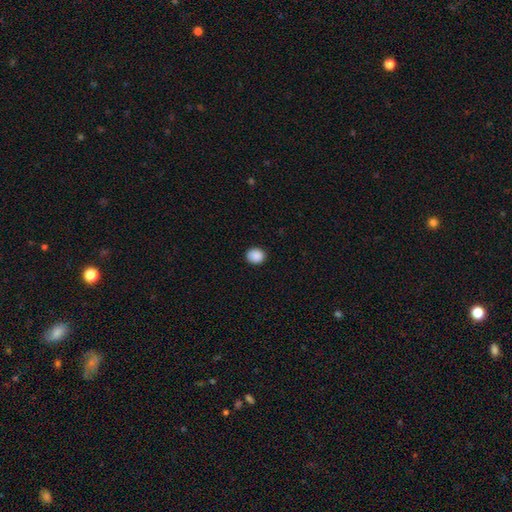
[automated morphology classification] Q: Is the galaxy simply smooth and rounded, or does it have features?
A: smooth — 89%.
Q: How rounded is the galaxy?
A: round — 69%.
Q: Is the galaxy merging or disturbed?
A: none — 90%.